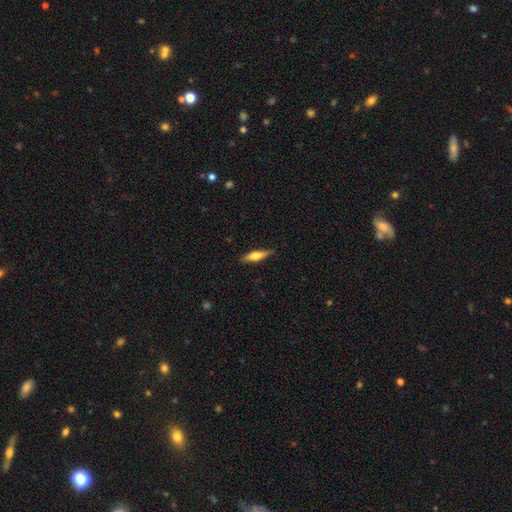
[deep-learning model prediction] A smooth galaxy with no disk features (49%). Merging: none (87%).